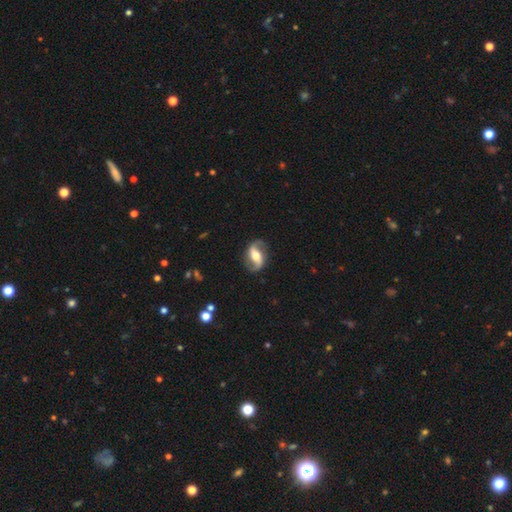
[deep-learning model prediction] This is clearly a featured or disk galaxy (85%). It is clearly not viewed edge-on (96%). Bar: marginally strong (38%). Spiral arm pattern: clearly yes (94%). Spiral arm count: clearly 2 (93%). Spiral winding: likely loose (61%). Central bulge: likely moderate (61%). Merging: clearly none (83%).